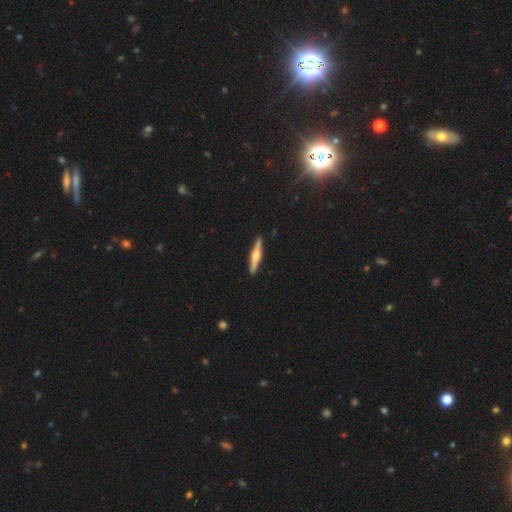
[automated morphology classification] smooth-or-featured: featured or disk: 62% | smooth: 33% | star or artifact: 5%
  disk-edge-on: yes: 97% | no: 3%
    edge-on-bulge: rounded: 84% | boxy: 10% | none: 6%
  merging: none: 91% | minor disturbance: 6% | major disturbance: 1% | merger: 1%